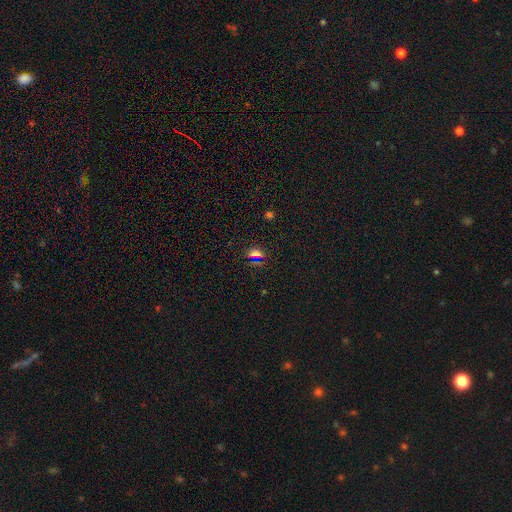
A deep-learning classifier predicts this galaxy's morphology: This is possibly a smooth galaxy (56%). How rounded: possibly round (51%). Merging: clearly none (85%).